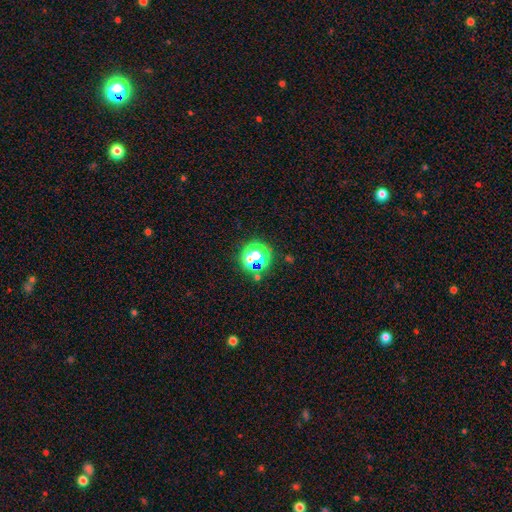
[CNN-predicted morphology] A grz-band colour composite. It shows a smooth galaxy with no disk features (48%). Merging: none (62%).